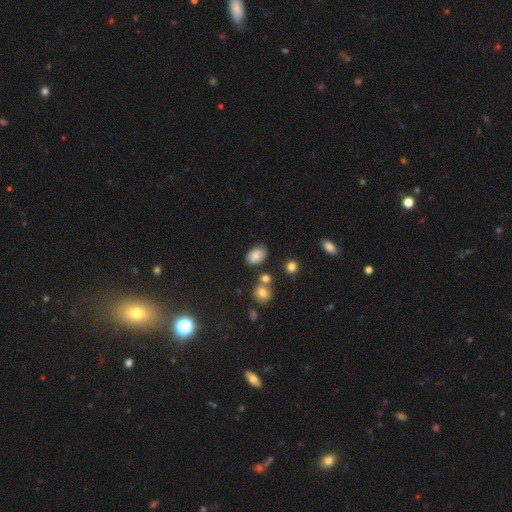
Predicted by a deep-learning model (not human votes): This appears to be a smooth galaxy with no disk features (80%) that is in between round and cigar-shaped (85%). Merging: none (72%).